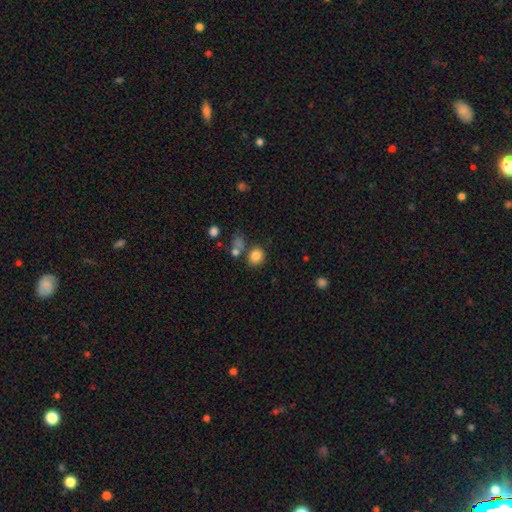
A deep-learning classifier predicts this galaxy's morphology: Q: Smooth or featured?
A: smooth (82%); runner-up: star or artifact (11%)
Q: How rounded?
A: round (67%); runner-up: in between (32%)
Q: Merging?
A: none (71%); runner-up: merger (13%)